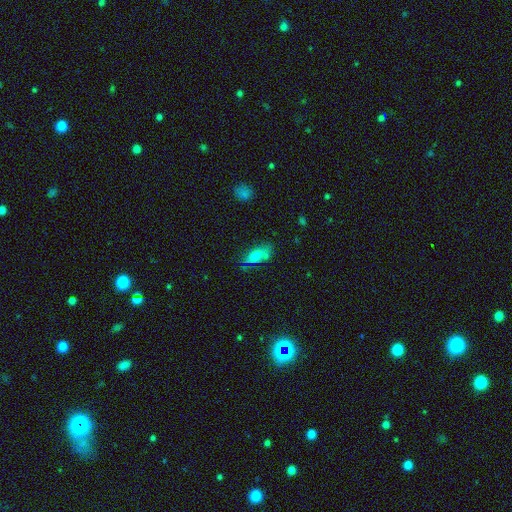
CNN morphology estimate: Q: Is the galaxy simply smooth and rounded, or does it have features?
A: smooth — 71%.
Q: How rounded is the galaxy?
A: in between — 82%.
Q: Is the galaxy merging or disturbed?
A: none — 54%.